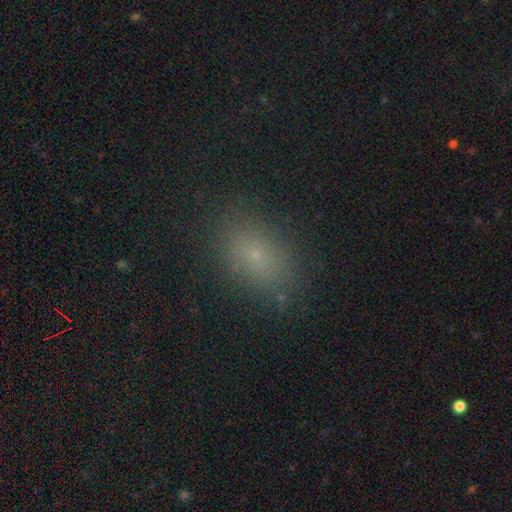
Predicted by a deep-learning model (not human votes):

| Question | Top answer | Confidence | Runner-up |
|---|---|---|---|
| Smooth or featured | smooth | 70% | star or artifact (19%) |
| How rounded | in between | 83% | round (15%) |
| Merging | none | 82% | minor disturbance (12%) |